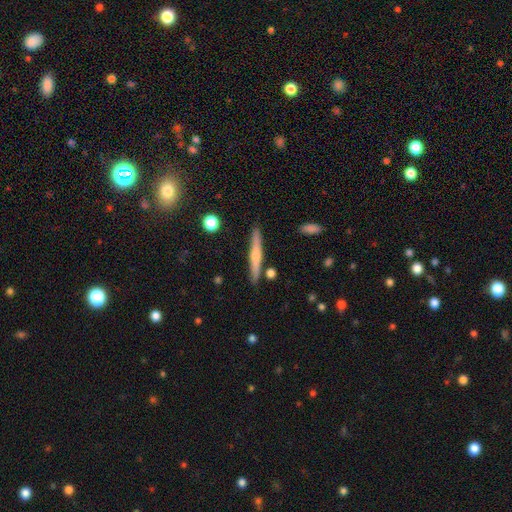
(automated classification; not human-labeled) A featured or disk galaxy (51%) viewed edge-on (96%). Merging: none (88%).